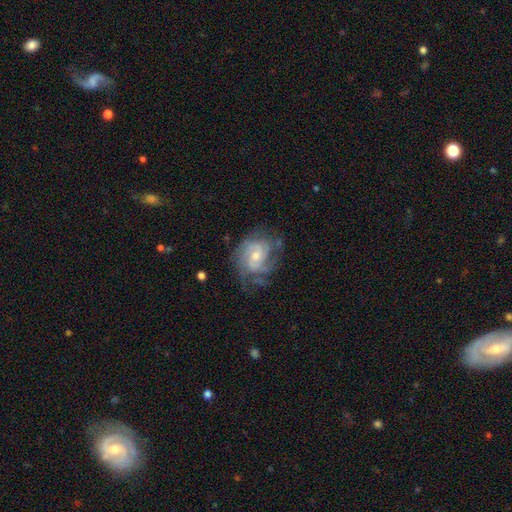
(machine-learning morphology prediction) Q: Smooth or featured?
A: featured or disk (83%); runner-up: smooth (11%)
Q: Edge-on disk?
A: no (98%); runner-up: yes (2%)
Q: Bar?
A: no (56%); runner-up: weak (38%)
Q: Spiral arms?
A: yes (94%); runner-up: no (6%)
Q: Spiral winding?
A: tight (52%); runner-up: medium (38%)
Q: Spiral arm count?
A: can't tell (29%); runner-up: 2 (27%)
Q: Bulge size?
A: moderate (50%); runner-up: small (45%)
Q: Merging?
A: none (63%); runner-up: minor disturbance (22%)